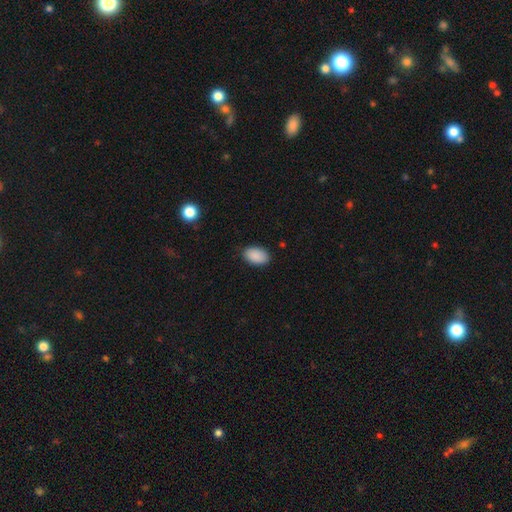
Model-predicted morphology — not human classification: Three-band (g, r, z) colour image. It shows a smooth galaxy with no disk features (90%) that is in between round and cigar-shaped (92%). Merging: none (86%).